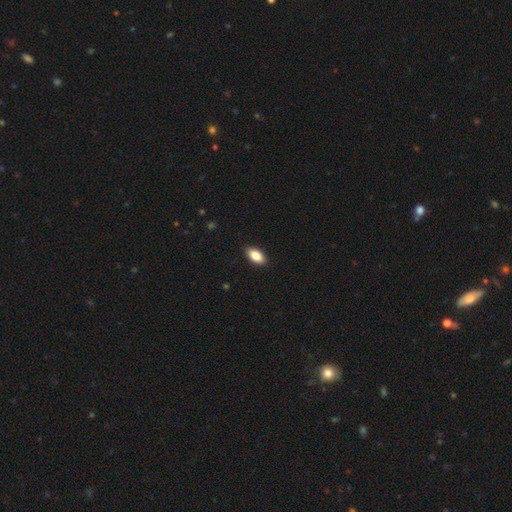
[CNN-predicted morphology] smooth 86%, star or artifact 7%, featured or disk 7%. Down the decision tree: how rounded — in between (92%); merging — none (90%).